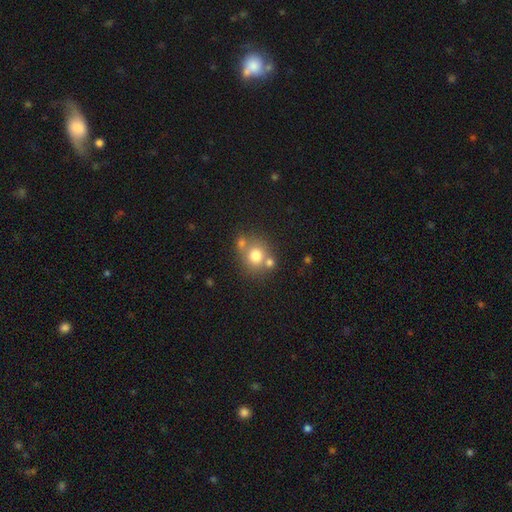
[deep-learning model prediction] Smooth or featured? Predicted: smooth (p=0.74). How rounded? Predicted: round (p=0.83). Merging? Predicted: none (p=0.56).